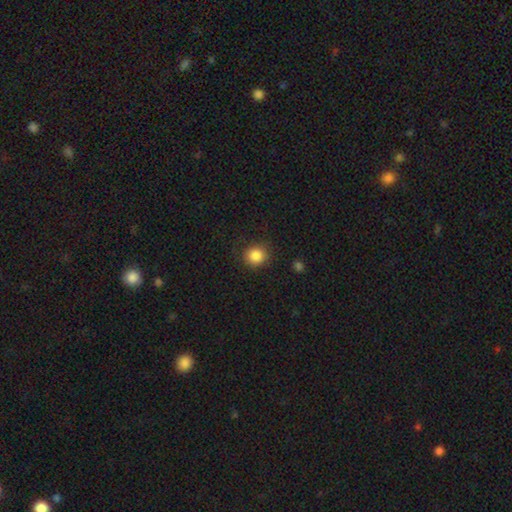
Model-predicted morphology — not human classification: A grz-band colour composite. It shows a smooth galaxy with no disk features (86%) that is round (85%). Merging: none (85%).